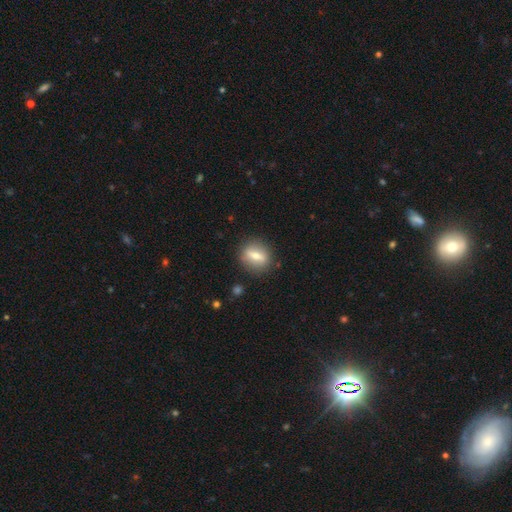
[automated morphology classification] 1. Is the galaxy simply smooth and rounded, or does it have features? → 53% smooth, 39% featured or disk, 8% star or artifact.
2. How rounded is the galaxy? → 57% round, 36% in between, 7% cigar-shaped.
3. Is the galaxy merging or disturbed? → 86% none, 10% minor disturbance, 3% major disturbance, 2% merger.